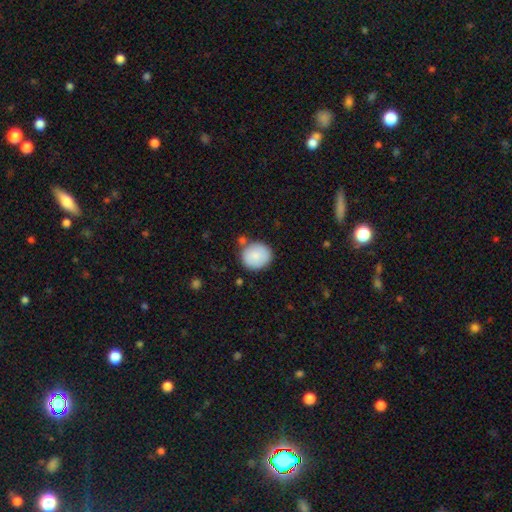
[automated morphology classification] smooth_or_featured: smooth (p=0.85) [alt: featured or disk p=0.09]
how_rounded: round (p=0.82) [alt: in between p=0.17]
merging: none (p=0.73) [alt: minor disturbance p=0.15]